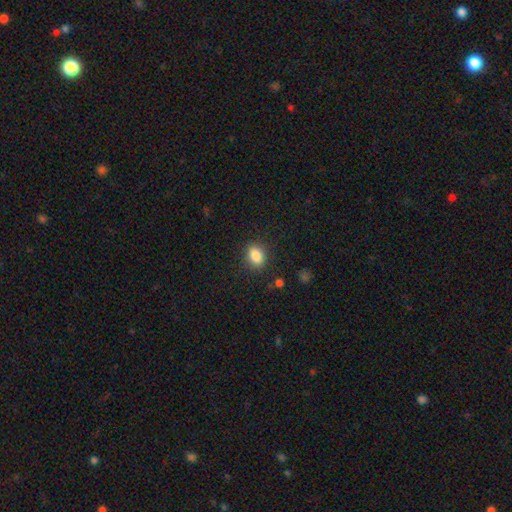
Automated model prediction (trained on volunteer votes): smooth-or-featured: smooth: 86% | star or artifact: 9% | featured or disk: 5%
  how-rounded: in between: 68% | round: 31% | cigar-shaped: 1%
  merging: none: 86% | minor disturbance: 10% | major disturbance: 3% | merger: 1%